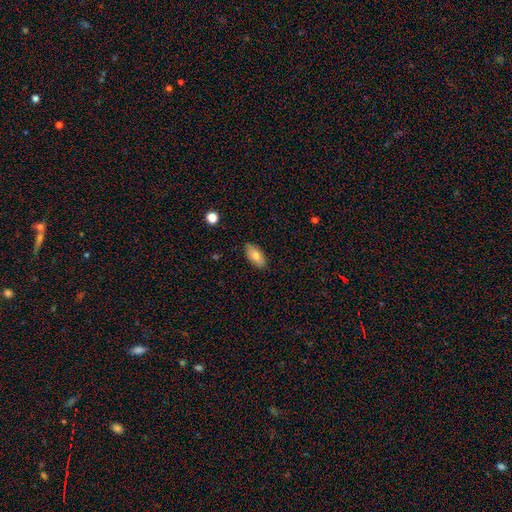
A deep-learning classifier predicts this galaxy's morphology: This is likely a smooth galaxy (78%). How rounded: clearly in between (88%). Merging: clearly none (82%).